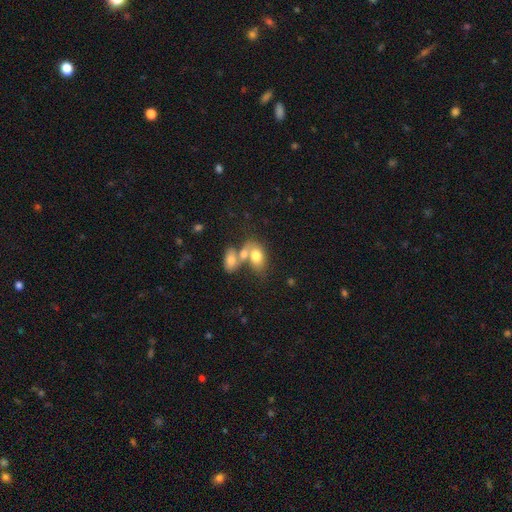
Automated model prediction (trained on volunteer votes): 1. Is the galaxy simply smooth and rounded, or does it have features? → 74% smooth, 18% featured or disk, 8% star or artifact.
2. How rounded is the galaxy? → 85% in between, 13% round, 2% cigar-shaped.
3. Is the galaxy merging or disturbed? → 57% merger, 28% none, 10% minor disturbance, 5% major disturbance.